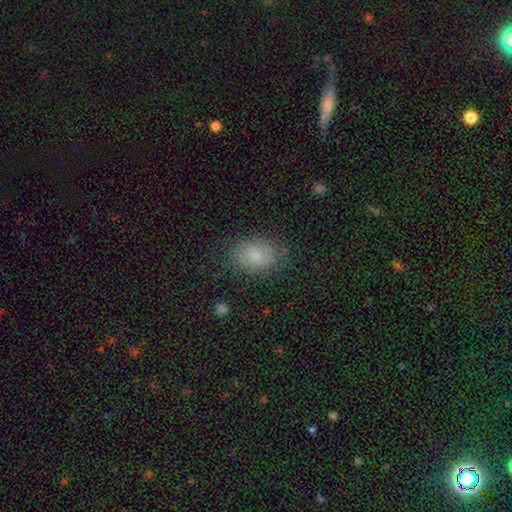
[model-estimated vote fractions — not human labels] Overall: smooth (78%). How rounded: in between (74%). Merging: none (79%).